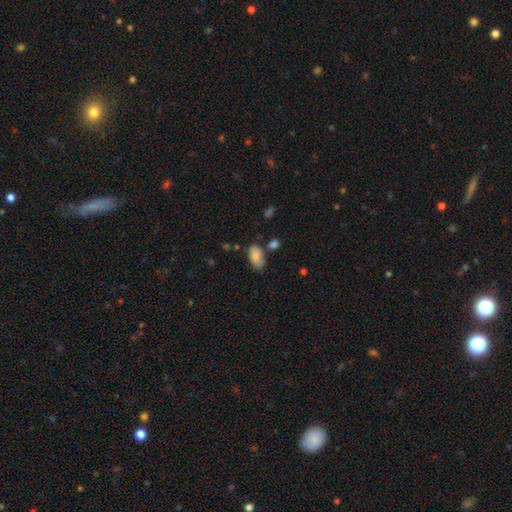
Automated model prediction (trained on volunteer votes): smooth_or_featured: smooth (p=0.79) [alt: featured or disk p=0.13]
how_rounded: in between (p=0.93) [alt: round p=0.05]
merging: none (p=0.55) [alt: minor disturbance p=0.26]